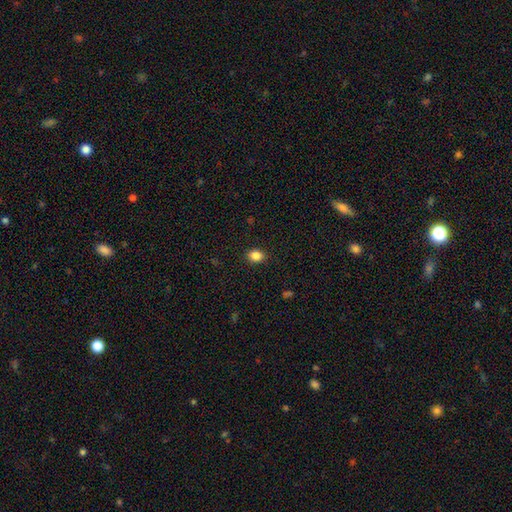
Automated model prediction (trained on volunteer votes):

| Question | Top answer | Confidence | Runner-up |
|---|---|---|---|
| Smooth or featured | smooth | 86% | star or artifact (10%) |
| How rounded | in between | 56% | round (43%) |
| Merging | none | 89% | minor disturbance (8%) |